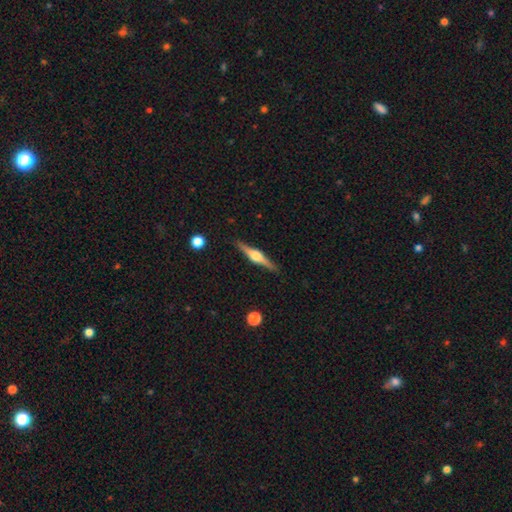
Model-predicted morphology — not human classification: This appears to be a featured or disk galaxy (82%) viewed edge-on (98%) with a rounded central bulge (93%). Merging: none (91%).